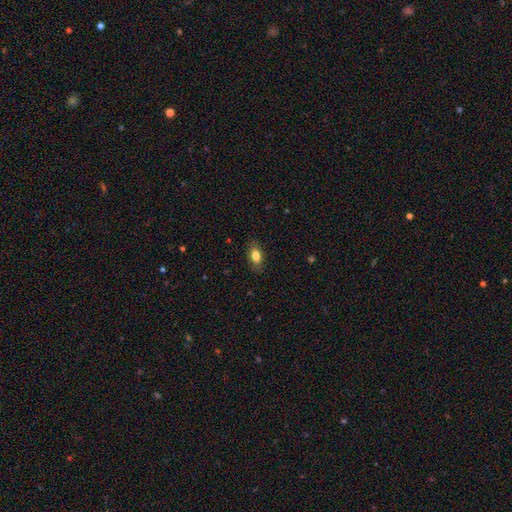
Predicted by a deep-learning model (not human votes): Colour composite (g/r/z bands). It shows a smooth galaxy with no disk features (80%) that is in between round and cigar-shaped (88%). Merging: none (84%).